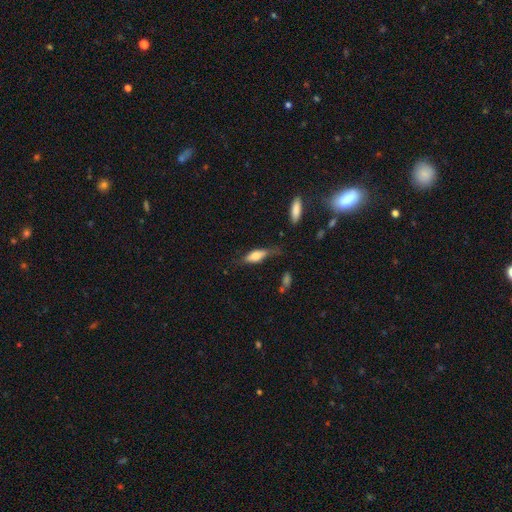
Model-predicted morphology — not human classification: This is likely a smooth galaxy (65%). How rounded: likely in between (64%). Merging: possibly none (51%).